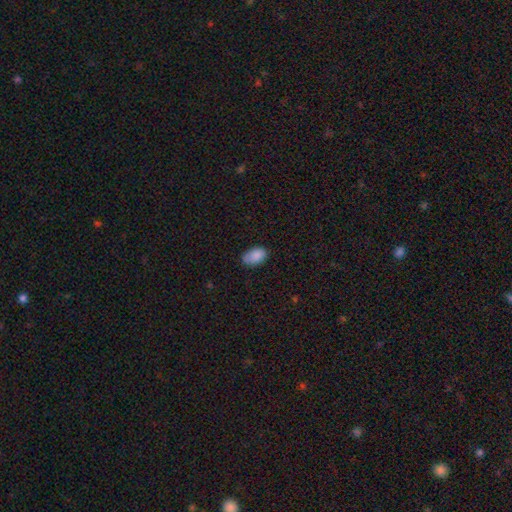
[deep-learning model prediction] A smooth galaxy with no disk features (87%) that is in between round and cigar-shaped (92%). Merging: none (71%).